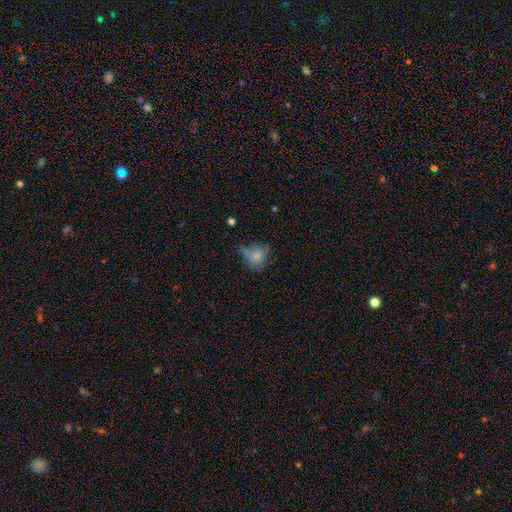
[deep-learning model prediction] This is likely a smooth galaxy (64%). How rounded: possibly round (54%). Merging: marginally none (41%).